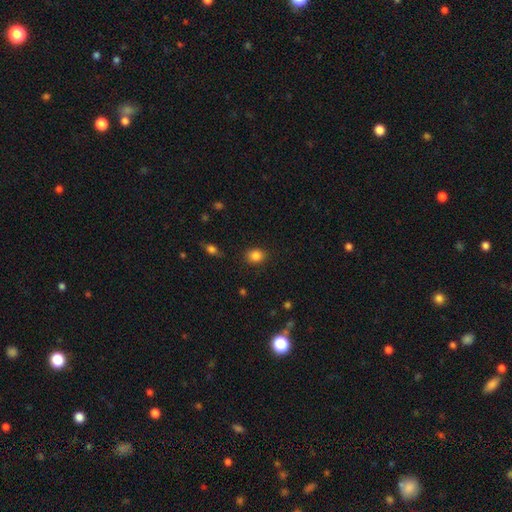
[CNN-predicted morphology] Smooth or featured: smooth — 85% (star or artifact — 11%)
How rounded: round — 60% (in between — 39%)
Merging: none — 86% (minor disturbance — 10%)